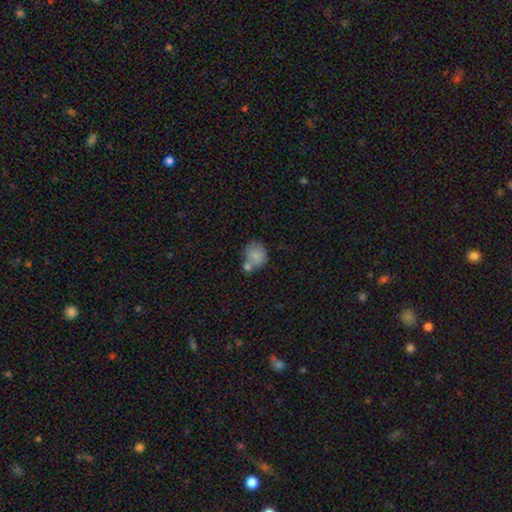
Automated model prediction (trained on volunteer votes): Smooth or featured?
  - smooth: 80% *
  - featured or disk: 12%
  - star or artifact: 9%
How rounded?
  - round: 64% *
  - in between: 35%
  - cigar-shaped: 1%
Merging?
  - none: 43% *
  - merger: 32%
  - minor disturbance: 18%
  - major disturbance: 7%